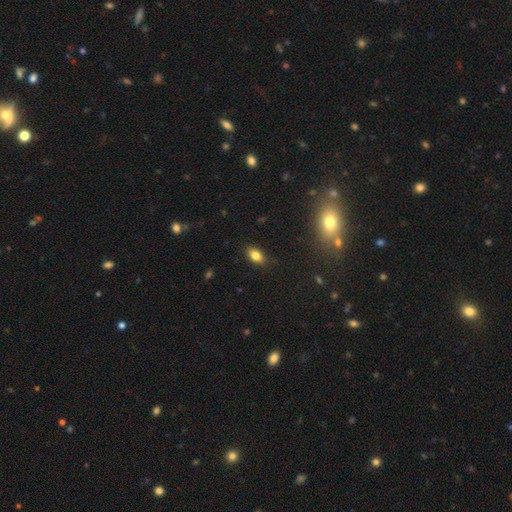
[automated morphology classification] smooth 81%, star or artifact 10%, featured or disk 8%. Down the decision tree: how rounded — in between (88%); merging — none (86%).